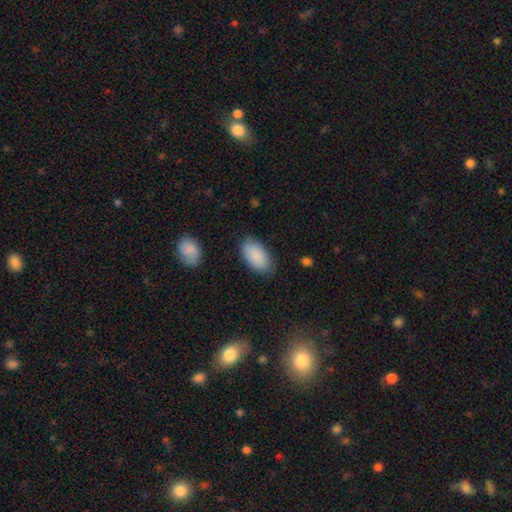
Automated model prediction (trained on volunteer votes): This is clearly a smooth galaxy (89%). How rounded: clearly in between (95%). Merging: clearly none (83%).